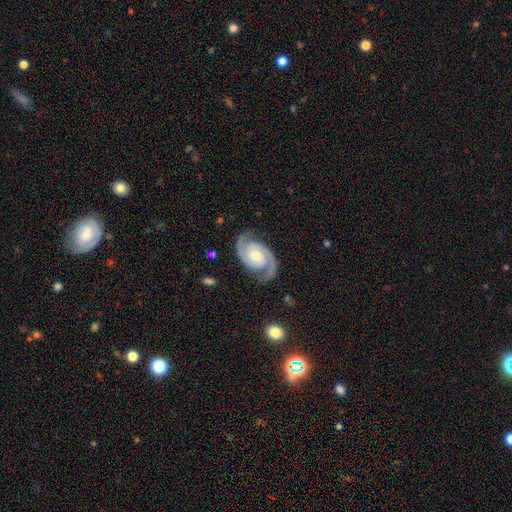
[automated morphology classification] smooth_or_featured: featured or disk (p=0.93) [alt: star or artifact p=0.04]
disk_edge_on: no (p=0.98) [alt: yes p=0.02]
bar: no (p=0.54) [alt: weak p=0.36]
has_spiral_arms: yes (p=0.99) [alt: no p=0.01]
spiral_winding: medium (p=0.48) [alt: tight p=0.45]
spiral_arm_count: 2 (p=0.94) [alt: can't tell p=0.02]
bulge_size: moderate (p=0.60) [alt: small p=0.31]
merging: none (p=0.82) [alt: minor disturbance p=0.13]